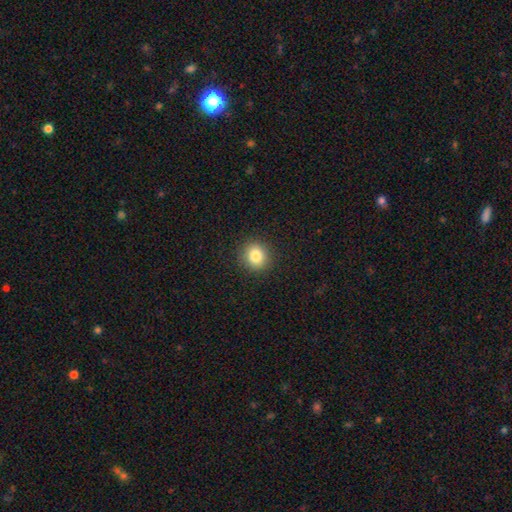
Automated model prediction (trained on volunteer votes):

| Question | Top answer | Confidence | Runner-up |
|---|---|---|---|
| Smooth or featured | smooth | 83% | star or artifact (11%) |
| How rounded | round | 83% | in between (16%) |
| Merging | none | 91% | minor disturbance (6%) |